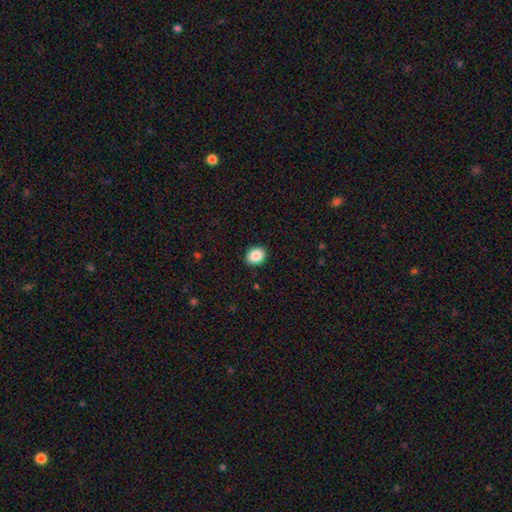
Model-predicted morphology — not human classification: Smooth or featured? smooth (87%)
How rounded? round (59%)
Merging? none (91%)